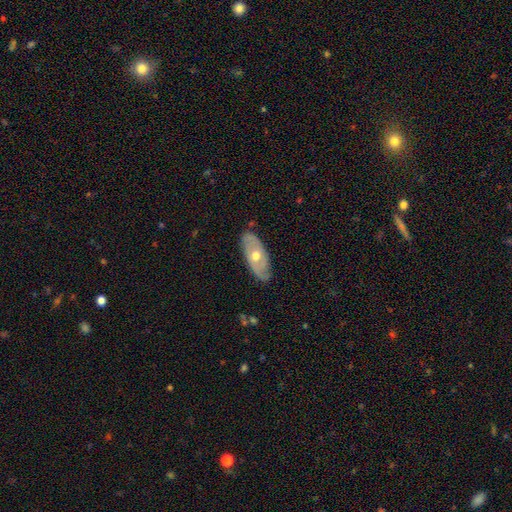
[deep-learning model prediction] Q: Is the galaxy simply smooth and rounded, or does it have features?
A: featured or disk — 63%.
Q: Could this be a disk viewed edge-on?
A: no — 80%.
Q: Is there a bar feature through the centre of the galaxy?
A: no — 83%.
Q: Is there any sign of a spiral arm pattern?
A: yes — 56%.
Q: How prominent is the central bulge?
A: moderate — 76%.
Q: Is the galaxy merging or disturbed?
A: none — 80%.